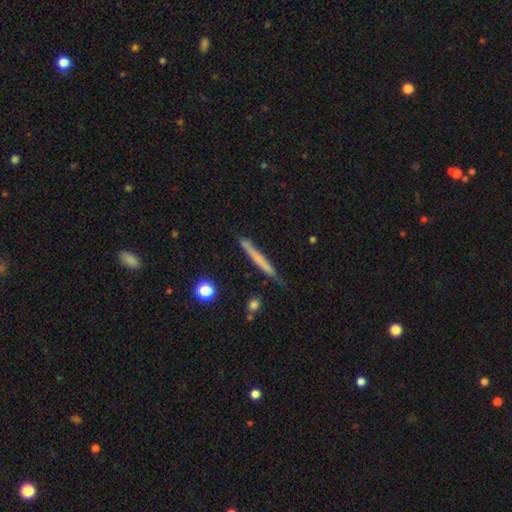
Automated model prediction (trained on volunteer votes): smooth-or-featured: smooth: 58% | featured or disk: 36% | star or artifact: 6%
  how-rounded: cigar-shaped: 96% | in between: 2% | round: 2%
  merging: none: 79% | minor disturbance: 16% | major disturbance: 3% | merger: 2%